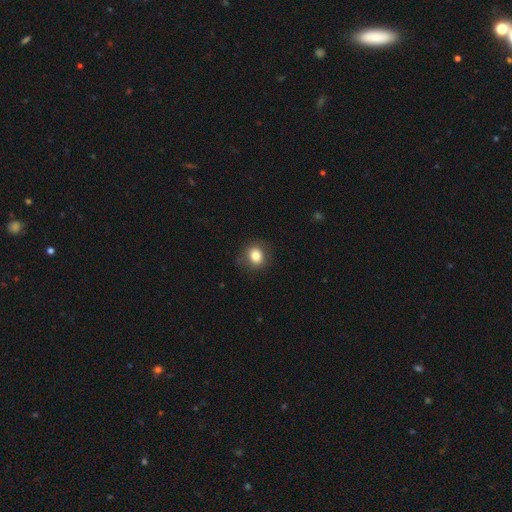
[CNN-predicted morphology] Overall: smooth (82%). How rounded: round (73%). Merging: none (85%).